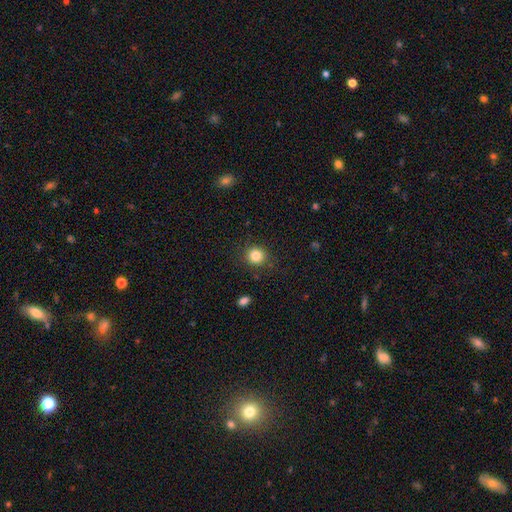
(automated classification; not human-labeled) A smooth galaxy with no disk features (84%) that is round (90%).

Vote fractions:
- Smooth or featured? smooth: 84% / star or artifact: 11% / featured or disk: 5%
- How rounded? round: 90% / in between: 9% / cigar-shaped: 1%
- Merging? none: 87% / minor disturbance: 8% / major disturbance: 3% / merger: 2%